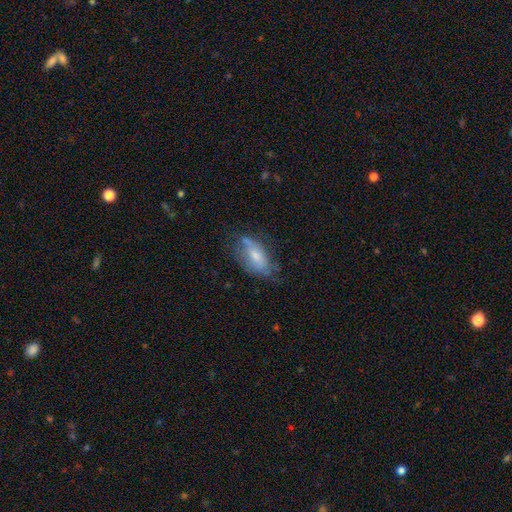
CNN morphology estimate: This is possibly a smooth galaxy (53%). How rounded: clearly in between (88%). Merging: possibly none (53%).